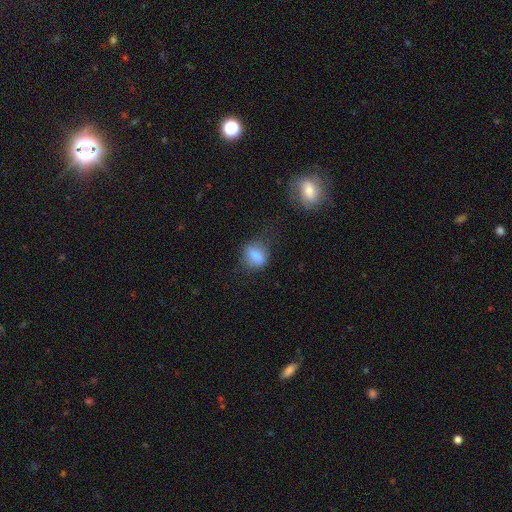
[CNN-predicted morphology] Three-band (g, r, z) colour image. It shows a smooth galaxy with no disk features (75%) that is round (49%). Merging: none (68%).